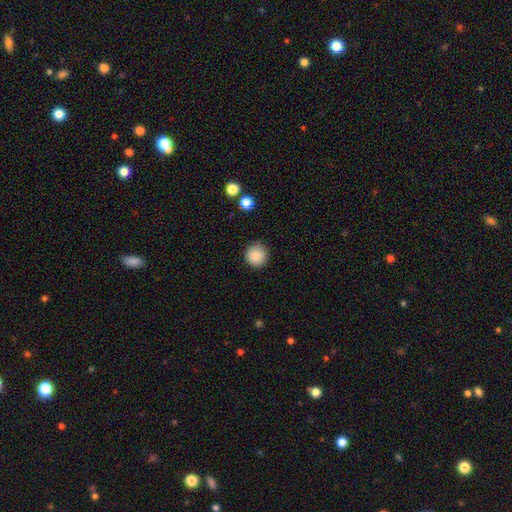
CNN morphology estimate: Overall: smooth (87%). How rounded: round (95%). Merging: none (88%).